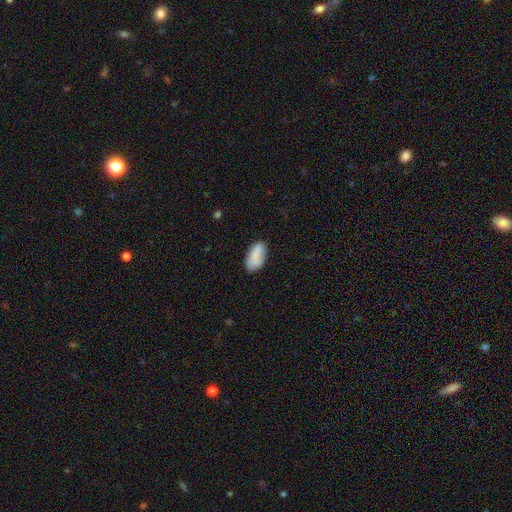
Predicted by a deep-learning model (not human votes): The model was most divided on "merging": none: 73%, minor disturbance: 20%, major disturbance: 5%, merger: 2%. More confident: how rounded — in between (94%); smooth or featured — smooth (83%).